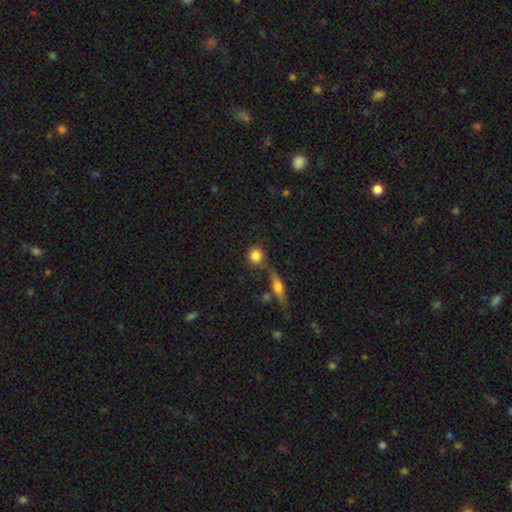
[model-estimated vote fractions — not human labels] This appears to be a smooth galaxy with no disk features (82%) that is round (88%). Merging: none (68%).